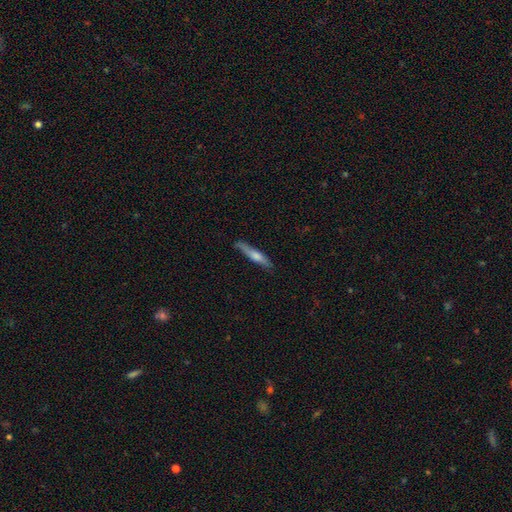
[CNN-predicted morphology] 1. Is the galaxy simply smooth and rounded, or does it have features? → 59% smooth, 36% featured or disk, 6% star or artifact.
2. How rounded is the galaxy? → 89% cigar-shaped, 10% in between, 2% round.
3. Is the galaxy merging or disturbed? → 75% none, 19% minor disturbance, 4% major disturbance, 2% merger.